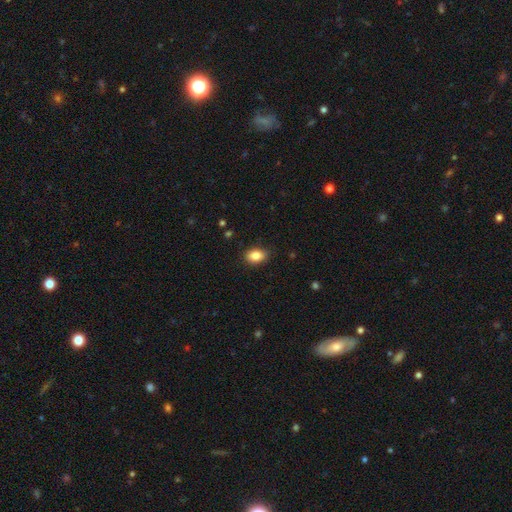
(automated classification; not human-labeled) The model was most divided on "how rounded": in between: 79%, round: 20%, cigar-shaped: 1%. More confident: smooth or featured — smooth (85%); merging — none (84%).